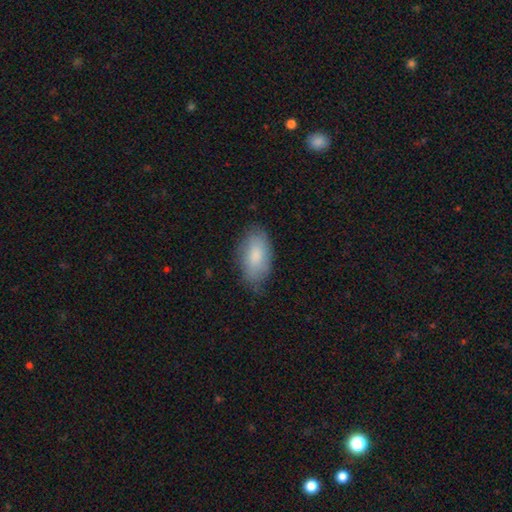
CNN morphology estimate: Overall: smooth (81%). How rounded: in between (94%). Merging: none (72%).